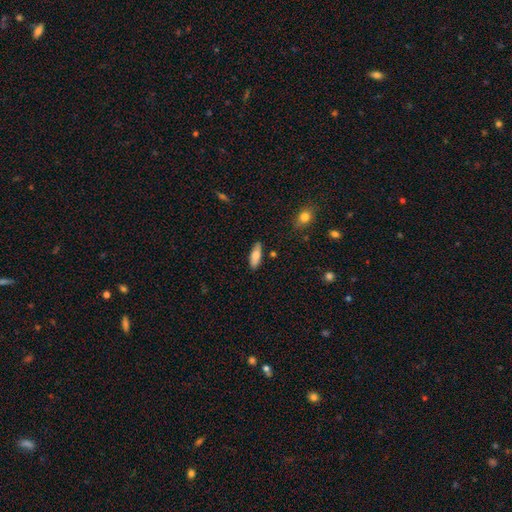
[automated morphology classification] A smooth galaxy with no disk features (75%) that is in between round and cigar-shaped (66%). Merging: none (85%).